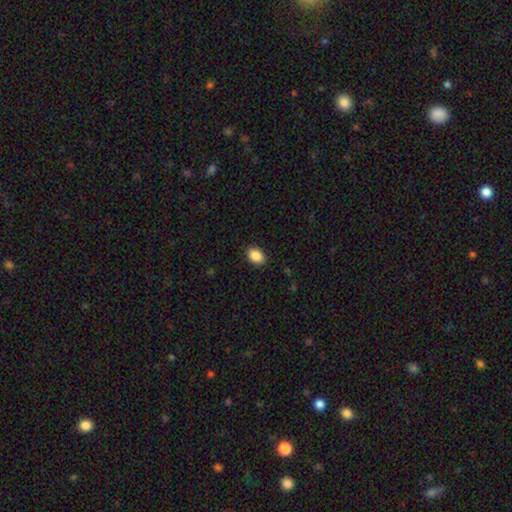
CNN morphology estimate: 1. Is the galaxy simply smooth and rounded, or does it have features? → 88% smooth, 8% star or artifact, 4% featured or disk.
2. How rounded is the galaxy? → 82% in between, 16% round, 1% cigar-shaped.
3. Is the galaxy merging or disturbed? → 89% none, 8% minor disturbance, 2% major disturbance, 1% merger.